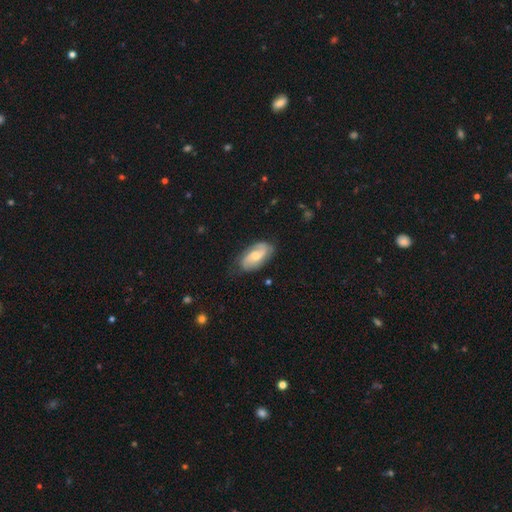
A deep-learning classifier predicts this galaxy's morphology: Q: Smooth or featured?
A: featured or disk (66%); runner-up: smooth (28%)
Q: Edge-on disk?
A: no (95%); runner-up: yes (5%)
Q: Bar?
A: no (49%); runner-up: weak (42%)
Q: Spiral arms?
A: yes (92%); runner-up: no (8%)
Q: Spiral winding?
A: medium (45%); runner-up: tight (29%)
Q: Spiral arm count?
A: 2 (76%); runner-up: can't tell (12%)
Q: Bulge size?
A: moderate (52%); runner-up: small (35%)
Q: Merging?
A: none (73%); runner-up: minor disturbance (20%)